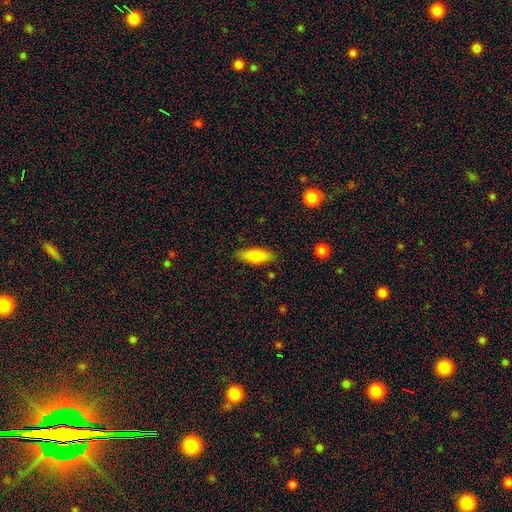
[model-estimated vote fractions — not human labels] Smooth or featured?
  - smooth: 77% *
  - featured or disk: 16%
  - star or artifact: 7%
How rounded?
  - in between: 67% *
  - cigar-shaped: 30%
  - round: 2%
Merging?
  - none: 86% *
  - minor disturbance: 11%
  - major disturbance: 2%
  - merger: 1%